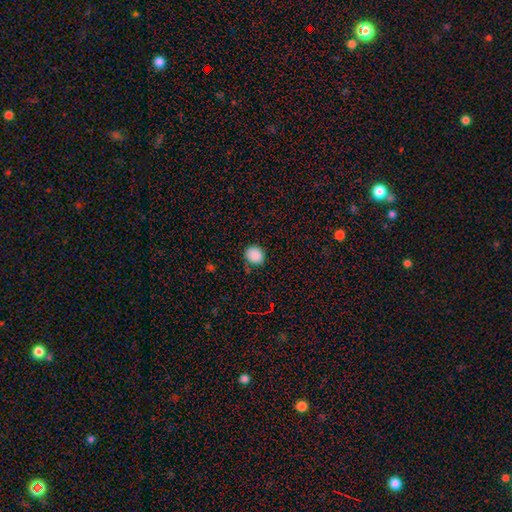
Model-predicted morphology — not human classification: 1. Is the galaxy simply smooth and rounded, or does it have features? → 87% smooth, 10% star or artifact, 3% featured or disk.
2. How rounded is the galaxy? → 81% round, 18% in between, 1% cigar-shaped.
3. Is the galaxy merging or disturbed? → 82% none, 13% minor disturbance, 3% major disturbance, 2% merger.